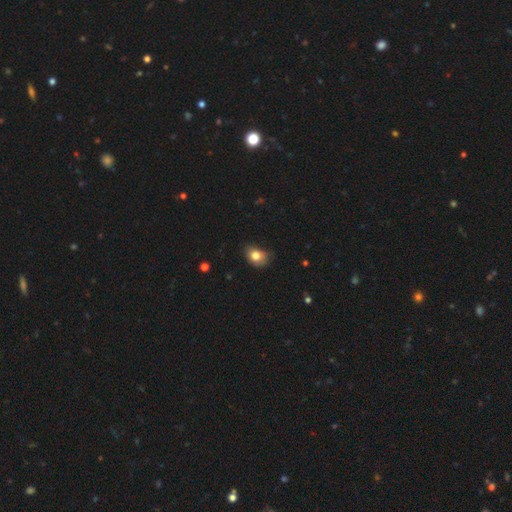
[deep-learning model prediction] This appears to be a smooth galaxy with no disk features (79%) that is in between round and cigar-shaped (65%). Merging: none (55%).